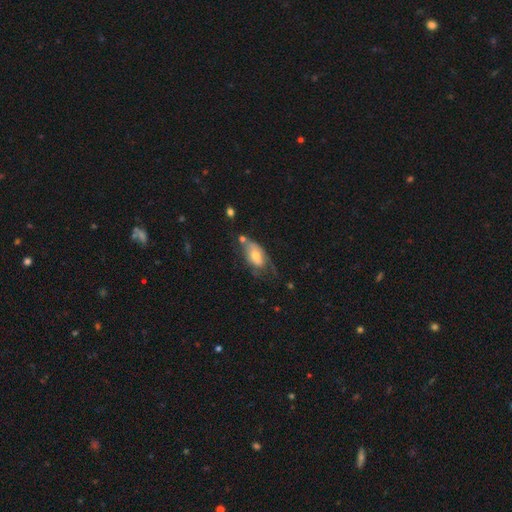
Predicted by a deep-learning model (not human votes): Overall: smooth (54%; featured or disk 39%). How rounded: in between (89%). Merging: none (32%; minor disturbance 29%).